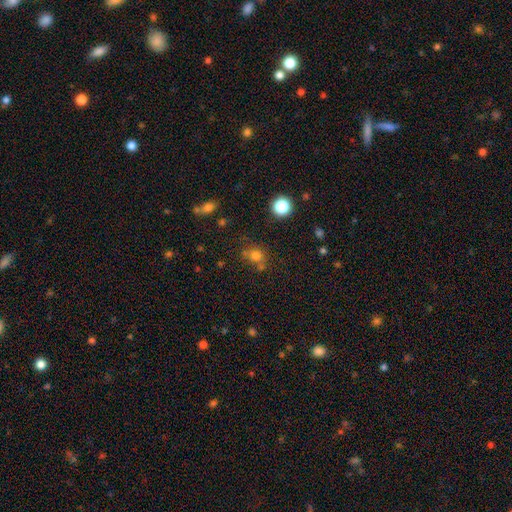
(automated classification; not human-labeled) Overall: smooth (73%). How rounded: round (79%). Merging: none (61%).